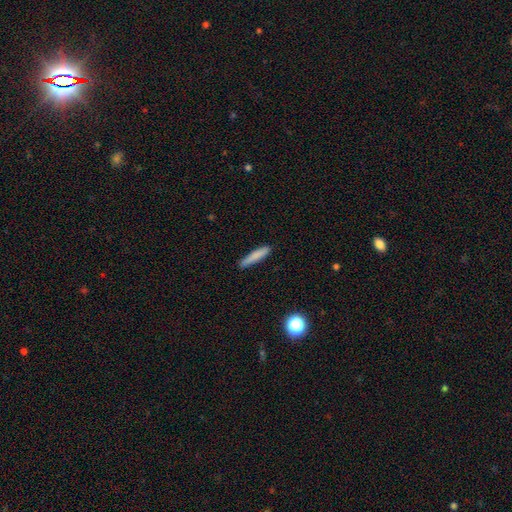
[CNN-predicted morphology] Q: Smooth or featured?
A: smooth (80%); runner-up: featured or disk (13%)
Q: How rounded?
A: cigar-shaped (90%); runner-up: in between (8%)
Q: Merging?
A: none (85%); runner-up: minor disturbance (11%)